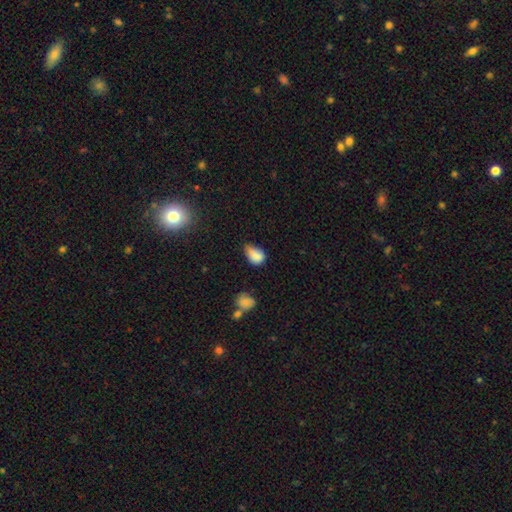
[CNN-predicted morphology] smooth 82%, star or artifact 10%, featured or disk 8%. Down the decision tree: how rounded — in between (79%); merging — minor disturbance (47%).